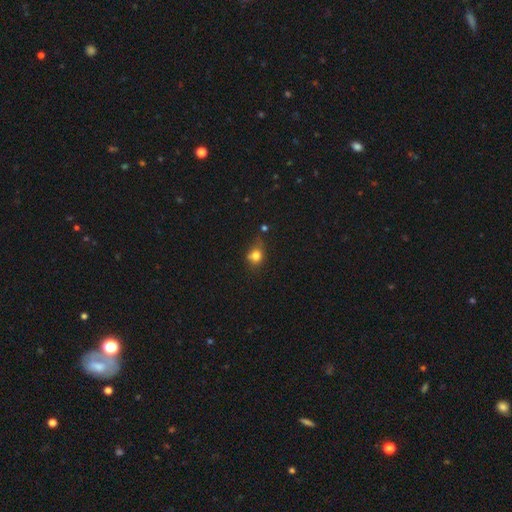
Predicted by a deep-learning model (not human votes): smooth 77%, star or artifact 13%, featured or disk 10%. Down the decision tree: how rounded — round (66%); merging — none (51%).